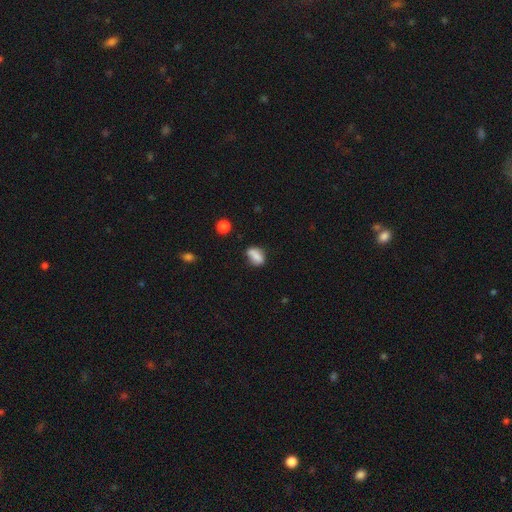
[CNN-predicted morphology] Overall: smooth (80%). How rounded: in between (80%). Merging: none (57%; minor disturbance 27%).